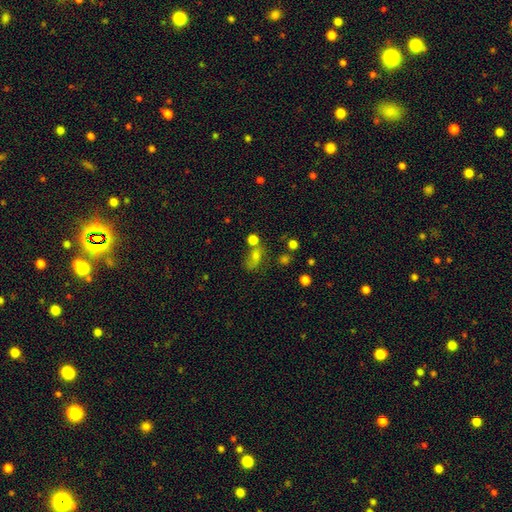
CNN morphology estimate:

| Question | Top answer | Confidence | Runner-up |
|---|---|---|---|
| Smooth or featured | smooth | 57% | star or artifact (24%) |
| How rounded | in between | 61% | round (35%) |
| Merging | none | 40% | merger (24%) |